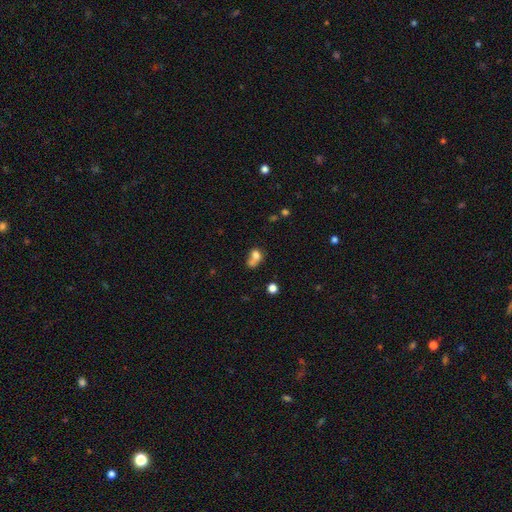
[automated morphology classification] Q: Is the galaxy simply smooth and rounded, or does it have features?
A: smooth — 72%.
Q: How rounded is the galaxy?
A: in between — 56%.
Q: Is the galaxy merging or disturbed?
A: merger — 45%.